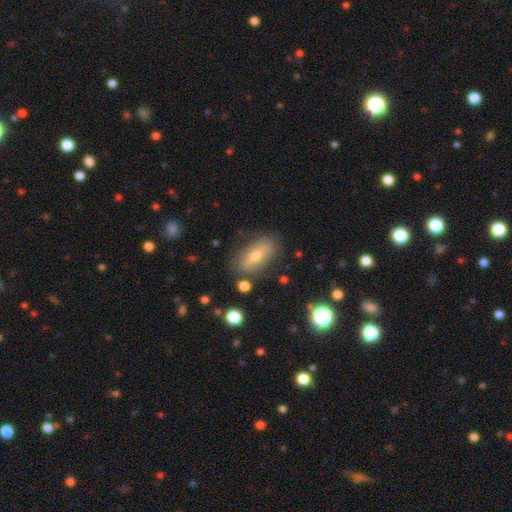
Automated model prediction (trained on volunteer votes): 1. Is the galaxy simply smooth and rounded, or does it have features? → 54% smooth, 37% featured or disk, 9% star or artifact.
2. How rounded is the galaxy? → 80% in between, 15% cigar-shaped, 5% round.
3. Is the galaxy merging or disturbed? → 80% none, 14% minor disturbance, 4% major disturbance, 3% merger.